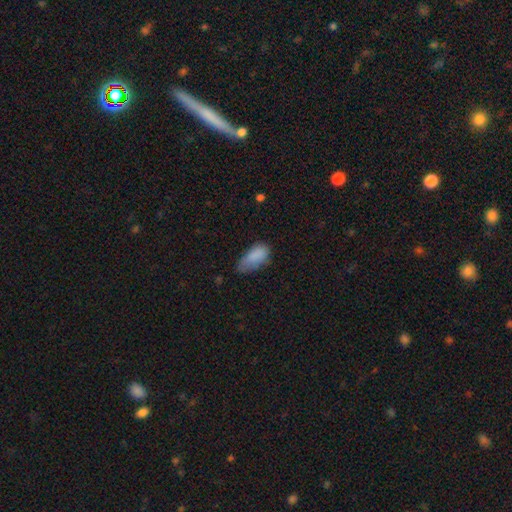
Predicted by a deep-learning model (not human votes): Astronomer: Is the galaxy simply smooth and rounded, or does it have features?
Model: smooth — 84%.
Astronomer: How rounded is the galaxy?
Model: in between — 90%.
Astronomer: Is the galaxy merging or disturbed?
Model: minor disturbance — 44% (runner-up: none, 36%).